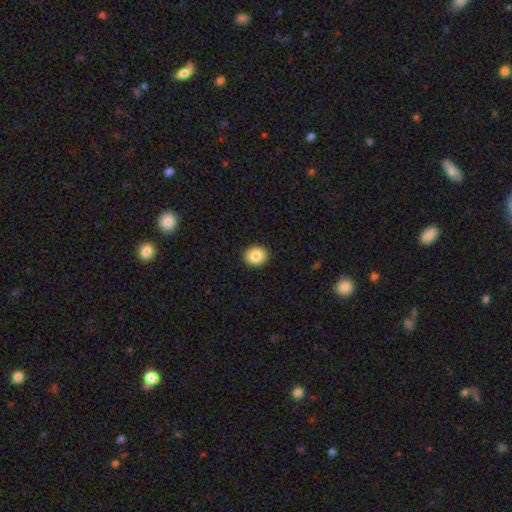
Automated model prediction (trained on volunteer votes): smooth_or_featured: smooth (p=0.84) [alt: star or artifact p=0.08]
how_rounded: round (p=0.69) [alt: in between p=0.30]
merging: none (p=0.91) [alt: minor disturbance p=0.06]